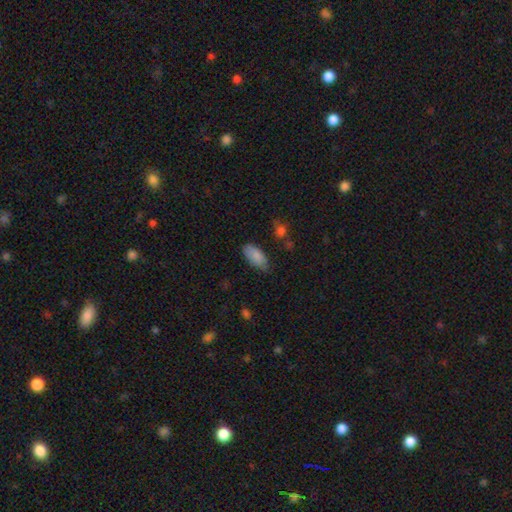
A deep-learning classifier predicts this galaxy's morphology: smooth-or-featured: smooth: 86% | featured or disk: 7% | star or artifact: 7%
  how-rounded: in between: 92% | cigar-shaped: 6% | round: 2%
  merging: none: 70% | minor disturbance: 24% | major disturbance: 4% | merger: 2%